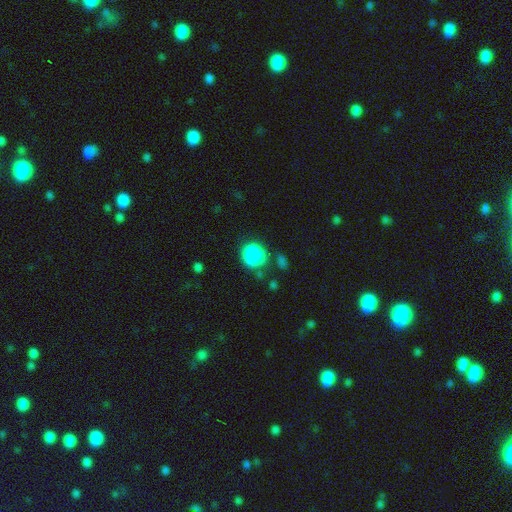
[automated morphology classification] type=smooth (80%); roundness=round (86%); merging=none (69%).